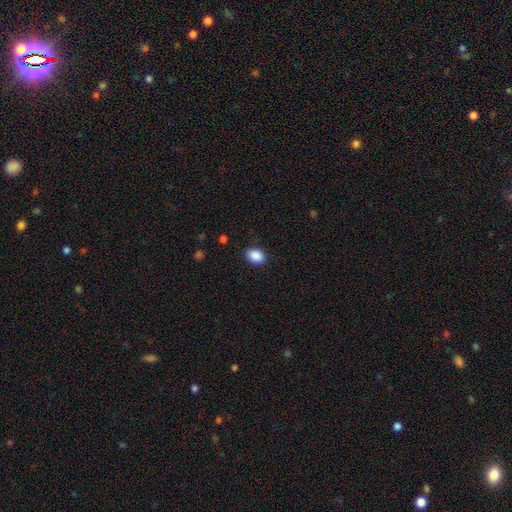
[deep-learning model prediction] Smooth or featured?
  - smooth: 89% *
  - star or artifact: 8%
  - featured or disk: 3%
How rounded?
  - in between: 73% *
  - round: 26%
  - cigar-shaped: 1%
Merging?
  - none: 87% *
  - minor disturbance: 9%
  - major disturbance: 2%
  - merger: 1%